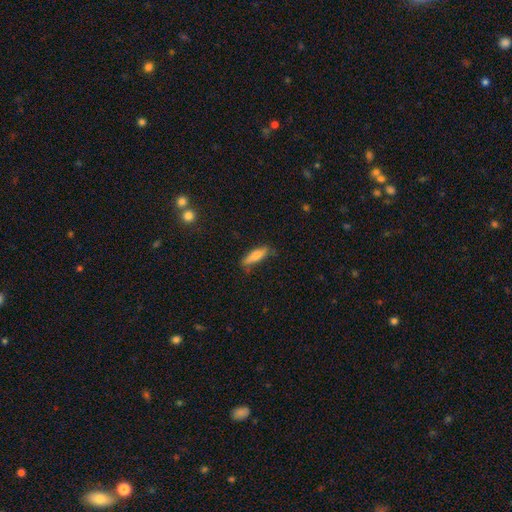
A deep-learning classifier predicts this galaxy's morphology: A smooth galaxy with no disk features (76%) that is cigar-shaped (66%).

Vote fractions:
- Smooth or featured? smooth: 76% / featured or disk: 18% / star or artifact: 7%
- How rounded? cigar-shaped: 66% / in between: 32% / round: 2%
- Merging? none: 69% / minor disturbance: 23% / major disturbance: 6% / merger: 2%